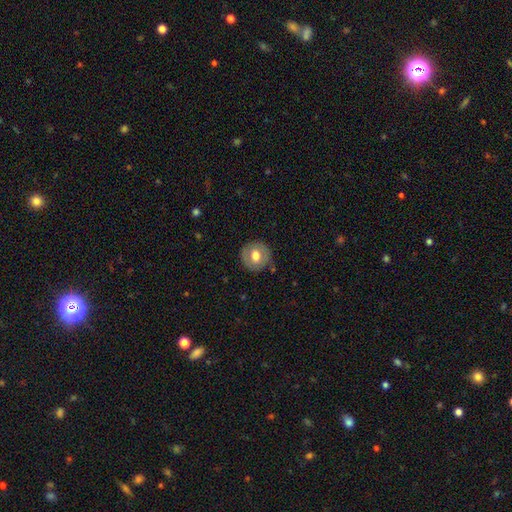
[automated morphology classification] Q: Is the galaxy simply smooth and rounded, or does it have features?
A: smooth — 62%.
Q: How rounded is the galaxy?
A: round — 88%.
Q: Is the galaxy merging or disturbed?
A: none — 85%.